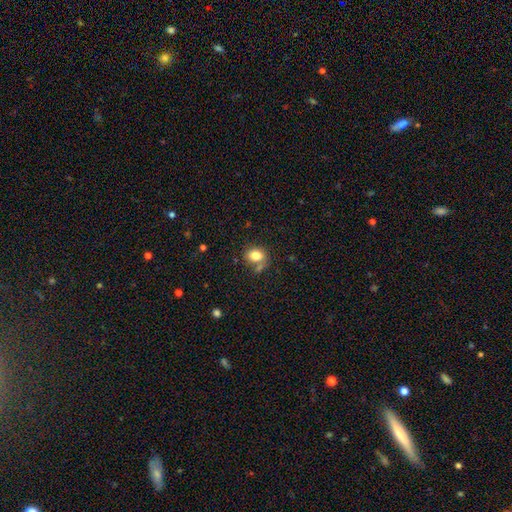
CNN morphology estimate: type=smooth (81%); roundness=in between (50%); merging=none (63%).